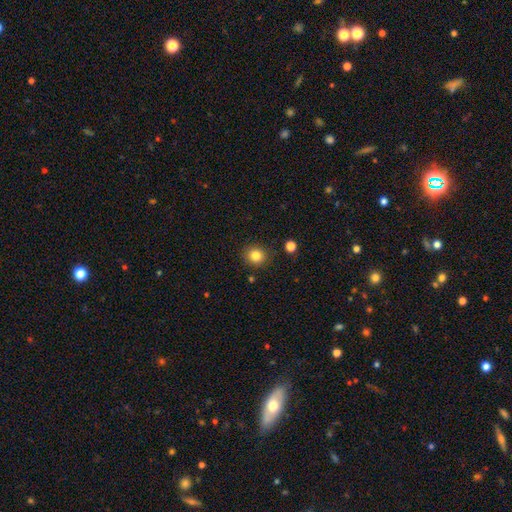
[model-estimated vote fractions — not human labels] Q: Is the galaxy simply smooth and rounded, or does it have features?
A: smooth — 83%.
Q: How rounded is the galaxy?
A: round — 87%.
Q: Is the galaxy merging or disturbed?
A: none — 88%.